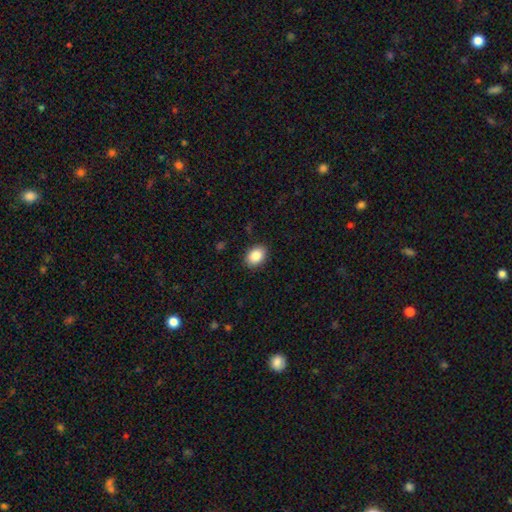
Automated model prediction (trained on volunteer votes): This is clearly a smooth galaxy (89%). How rounded: clearly in between (80%). Merging: clearly none (88%).